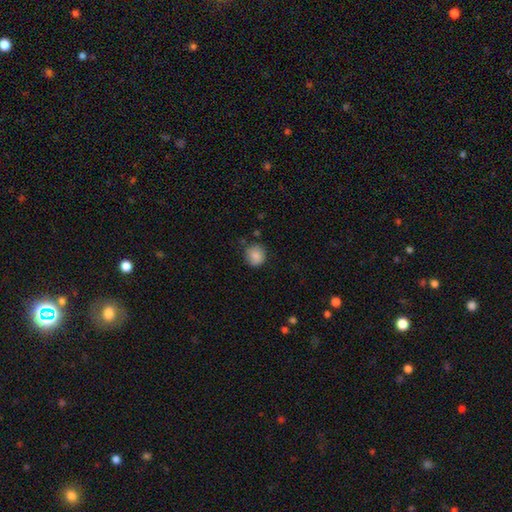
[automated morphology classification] Overall: smooth (86%). How rounded: round (87%). Merging: none (79%).